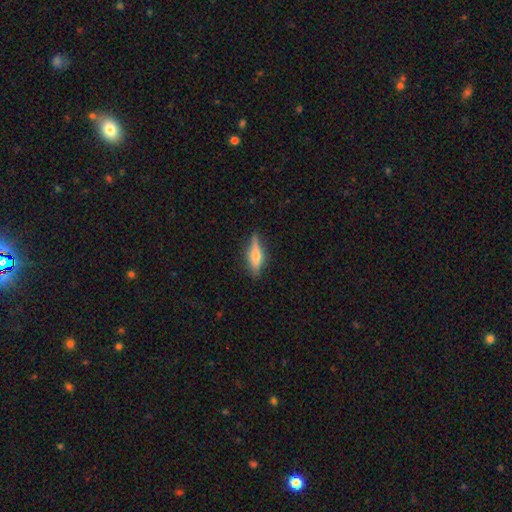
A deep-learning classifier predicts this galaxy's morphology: Smooth or featured?
  - featured or disk: 49% *
  - smooth: 44%
  - star or artifact: 7%
Merging?
  - none: 80% *
  - minor disturbance: 15%
  - major disturbance: 3%
  - merger: 1%